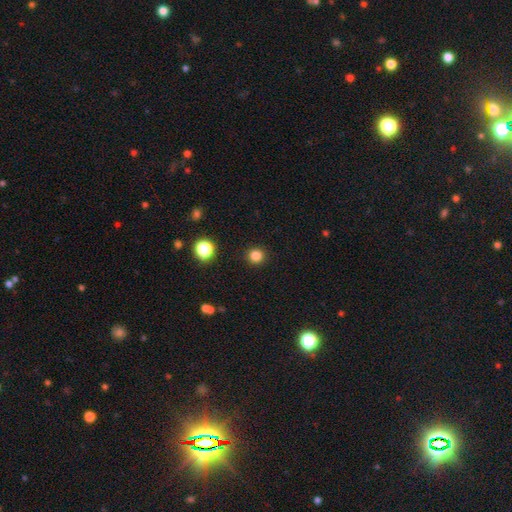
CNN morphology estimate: smooth-or-featured: smooth: 83% | star or artifact: 14% | featured or disk: 4%
  how-rounded: round: 93% | in between: 6% | cigar-shaped: 1%
  merging: none: 92% | minor disturbance: 5% | major disturbance: 2% | merger: 1%